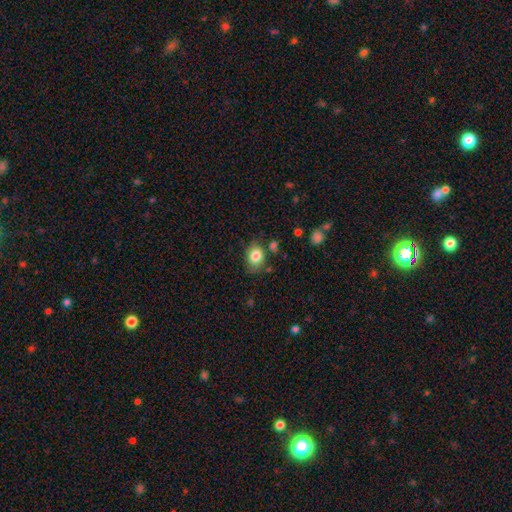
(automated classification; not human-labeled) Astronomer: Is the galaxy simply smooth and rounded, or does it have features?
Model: smooth — 82%.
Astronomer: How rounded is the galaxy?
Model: in between — 60% (runner-up: round, 39%).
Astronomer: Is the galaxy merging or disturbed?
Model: none — 69%.